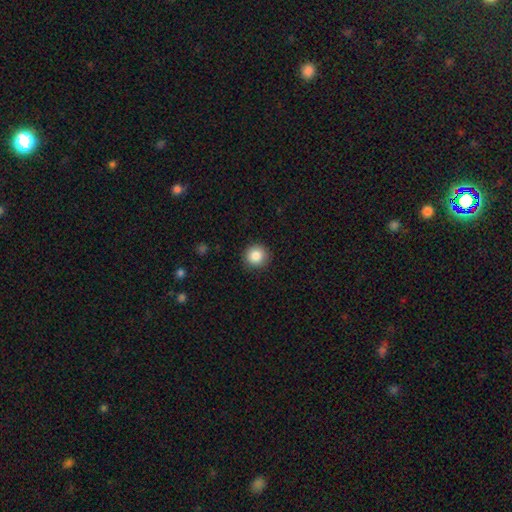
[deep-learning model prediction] smooth_or_featured: smooth (p=0.86) [alt: star or artifact p=0.10]
how_rounded: round (p=0.95) [alt: in between p=0.04]
merging: none (p=0.91) [alt: minor disturbance p=0.06]